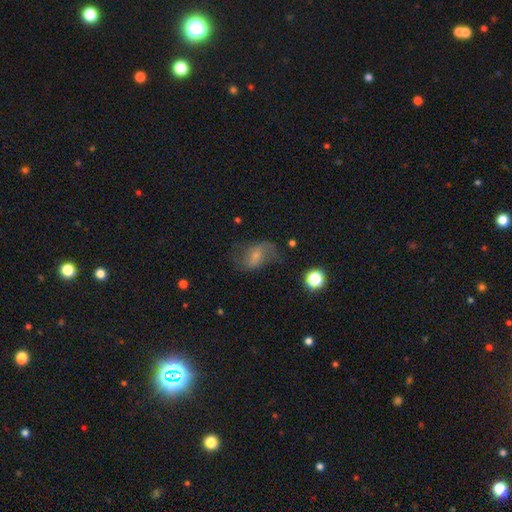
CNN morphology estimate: Smooth or featured? Predicted: featured or disk (p=0.50). Edge-on disk? Predicted: no (p=0.96). Merging? Predicted: none (p=0.52).